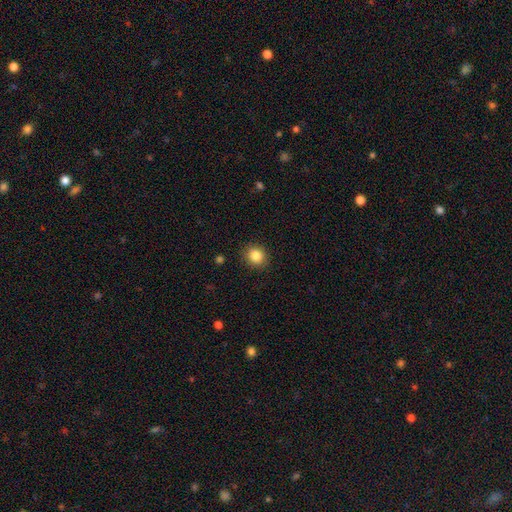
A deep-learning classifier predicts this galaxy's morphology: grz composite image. It shows a smooth galaxy with no disk features (85%) that is round (83%). Merging: none (90%).